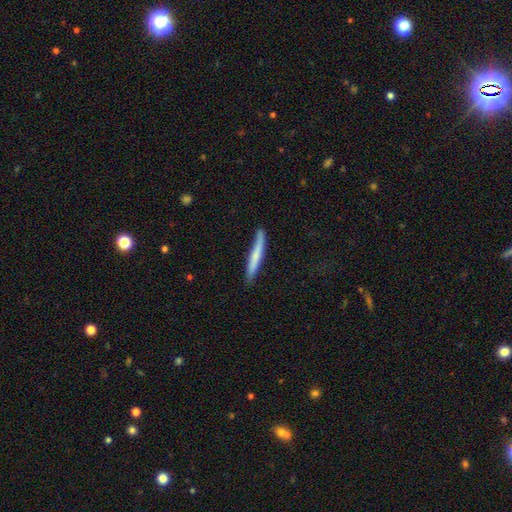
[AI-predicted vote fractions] Morphology: type=smooth (65%); roundness=cigar-shaped (96%); merging=none (79%).